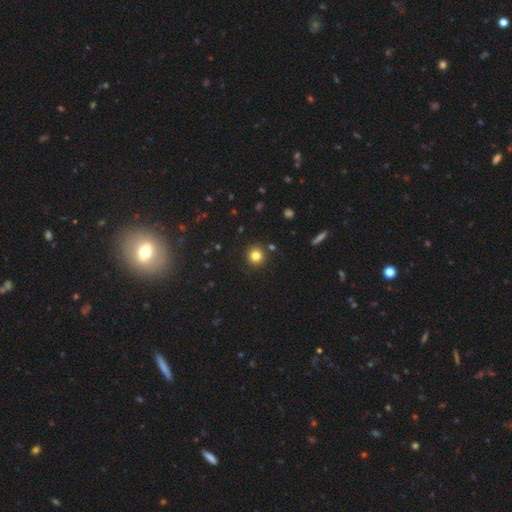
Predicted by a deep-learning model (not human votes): Morphology: type=smooth (80%); roundness=round (94%); merging=none (90%).